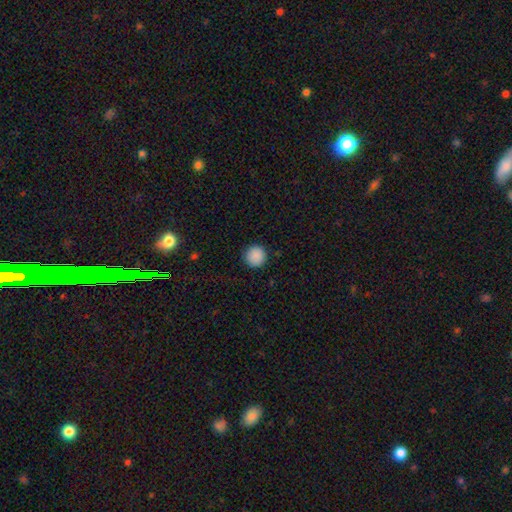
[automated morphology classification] A smooth galaxy with no disk features (89%) that is round (96%). Merging: none (92%).